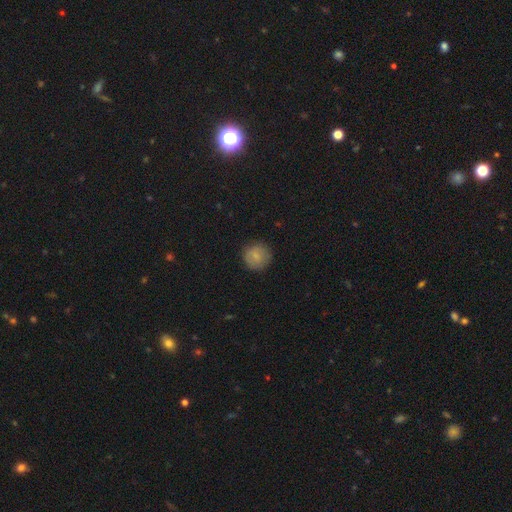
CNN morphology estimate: This is likely a smooth galaxy (78%). How rounded: clearly round (91%). Merging: clearly none (84%).